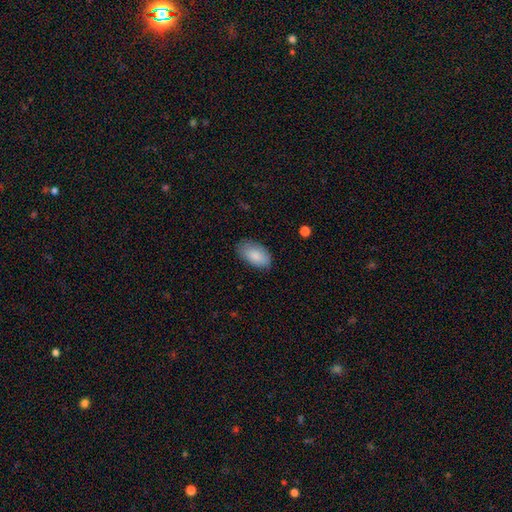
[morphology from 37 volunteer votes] smooth-or-featured: smooth: 84% | featured or disk: 11% | star or artifact: 5%
  how-rounded: in between: 100% | round: 0% | cigar-shaped: 0%
  merging: none: 60% | minor disturbance: 31% | merger: 6% | major disturbance: 3%